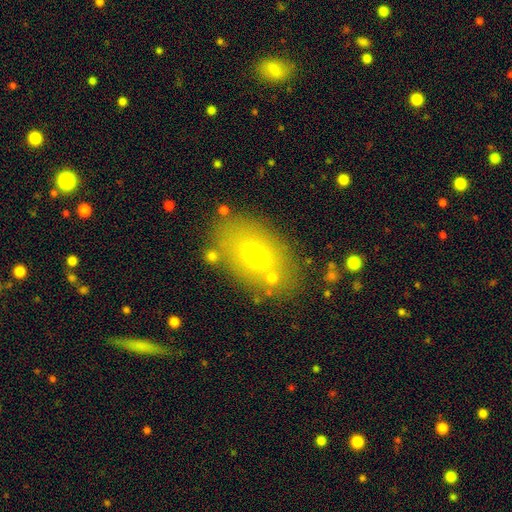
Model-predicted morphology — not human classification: A smooth galaxy with no disk features (65%) that is in between round and cigar-shaped (78%). Merging: none (71%).